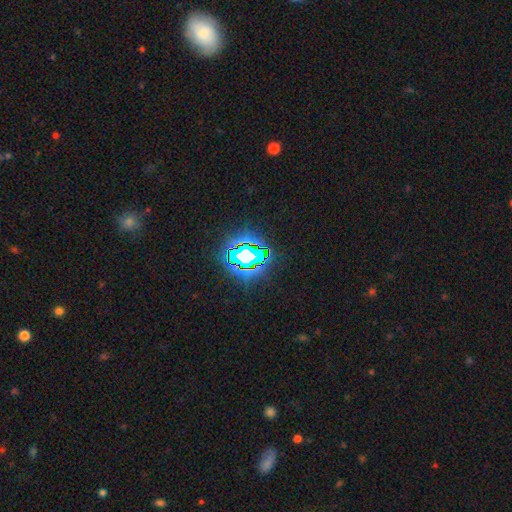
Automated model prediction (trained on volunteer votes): Q: Smooth or featured?
A: star or artifact (69%); runner-up: smooth (18%)